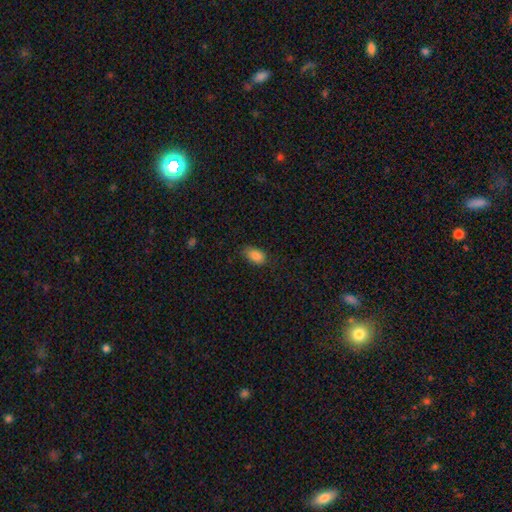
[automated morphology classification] A smooth galaxy with no disk features (87%) that is in between round and cigar-shaped (90%). Merging: none (74%).